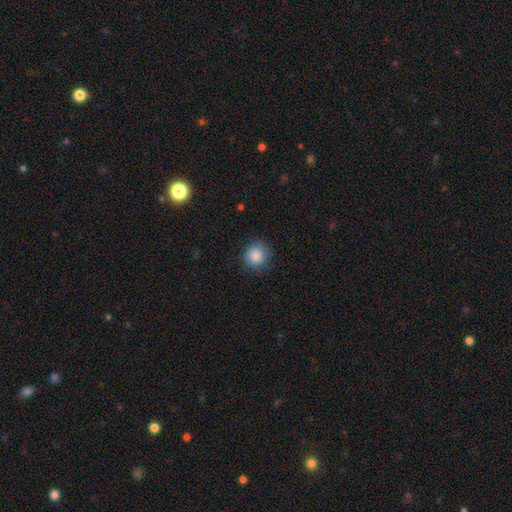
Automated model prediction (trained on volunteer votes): smooth_or_featured: smooth (p=0.87) [alt: star or artifact p=0.09]
how_rounded: round (p=0.88) [alt: in between p=0.11]
merging: none (p=0.83) [alt: minor disturbance p=0.13]